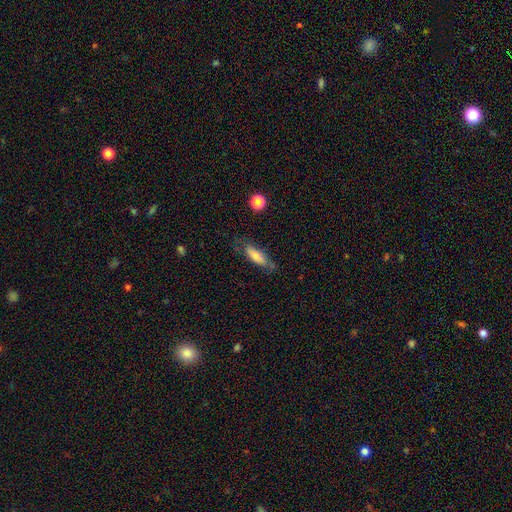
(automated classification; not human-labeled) A smooth galaxy with no disk features (58%) that is cigar-shaped (55%).

Vote fractions:
- Smooth or featured? smooth: 58% / featured or disk: 32% / star or artifact: 9%
- How rounded? cigar-shaped: 55% / in between: 42% / round: 2%
- Merging? none: 71% / minor disturbance: 21% / major disturbance: 7% / merger: 2%